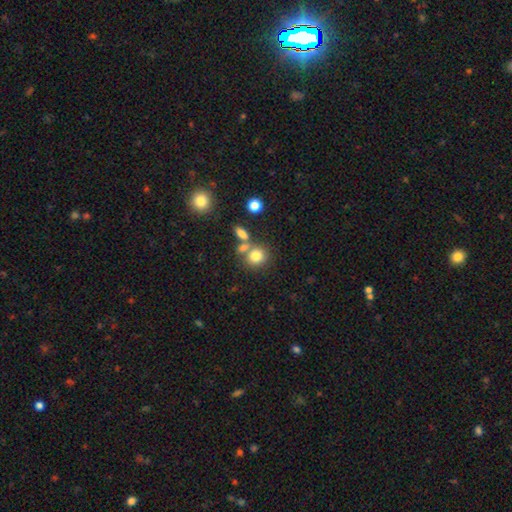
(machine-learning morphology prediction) A smooth galaxy with no disk features (79%) that is round (78%).

Vote fractions:
- Smooth or featured? smooth: 79% / star or artifact: 11% / featured or disk: 10%
- How rounded? round: 78% / in between: 20% / cigar-shaped: 1%
- Merging? none: 57% / merger: 28% / minor disturbance: 10% / major disturbance: 5%